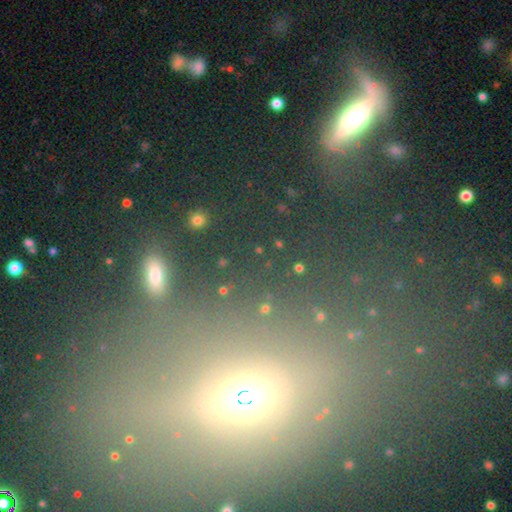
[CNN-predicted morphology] Q: Smooth or featured?
A: smooth (46%); runner-up: star or artifact (33%)
Q: Merging?
A: none (62%); runner-up: minor disturbance (14%)